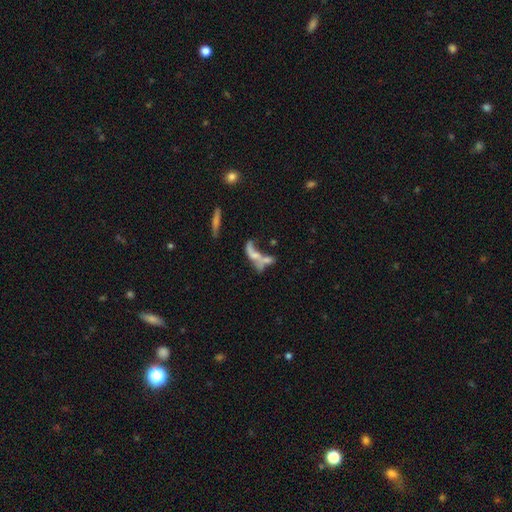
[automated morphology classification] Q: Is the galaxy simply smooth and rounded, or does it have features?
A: featured or disk — 49%.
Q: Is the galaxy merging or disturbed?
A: merger — 57%.